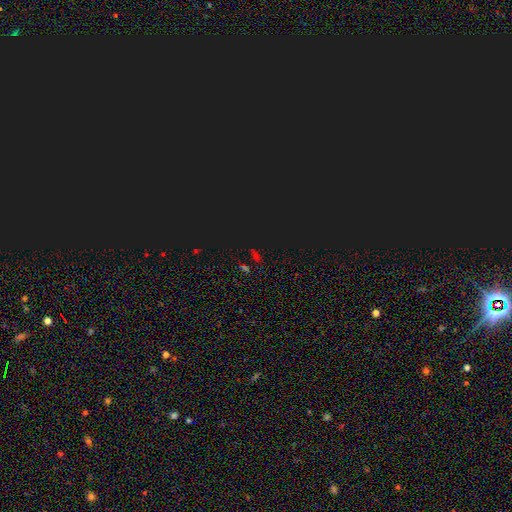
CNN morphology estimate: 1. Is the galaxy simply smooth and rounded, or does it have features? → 68% star or artifact, 25% smooth, 8% featured or disk.